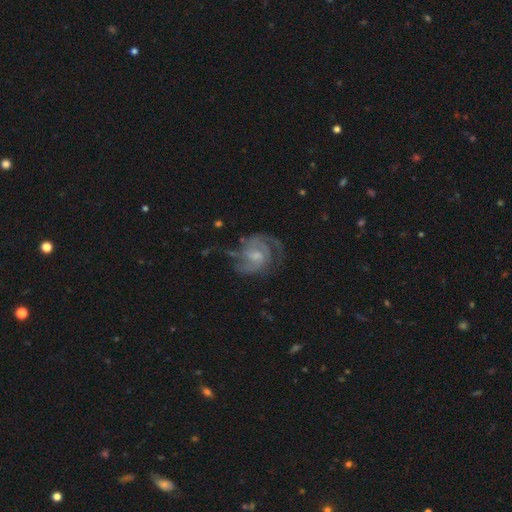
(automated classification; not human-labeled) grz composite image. It shows a featured or disk galaxy (87%) with a weak bar (53%), 2 (69%) medium (49%) spiral arms (96%) and a small central bulge (44%). Merging: none (61%).